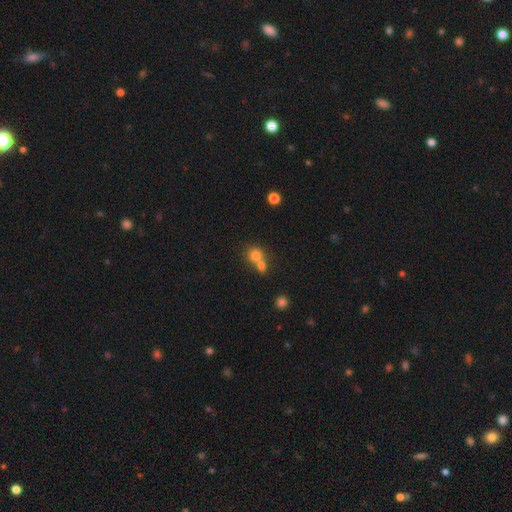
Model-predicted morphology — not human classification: smooth 75%, star or artifact 13%, featured or disk 12%. Down the decision tree: how rounded — round (80%); merging — merger (57%).